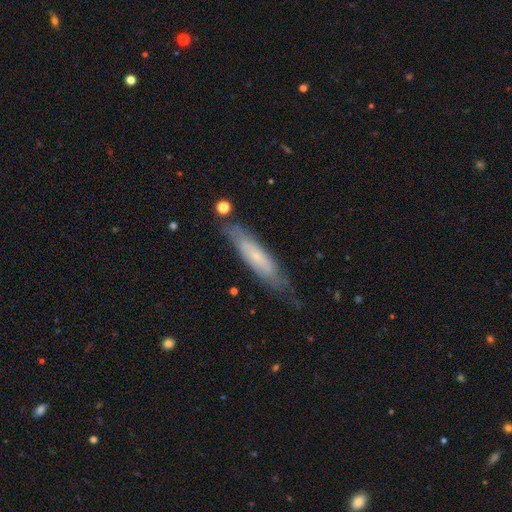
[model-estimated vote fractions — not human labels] smooth_or_featured: smooth (p=0.49) [alt: featured or disk p=0.44]
merging: none (p=0.73) [alt: minor disturbance p=0.20]